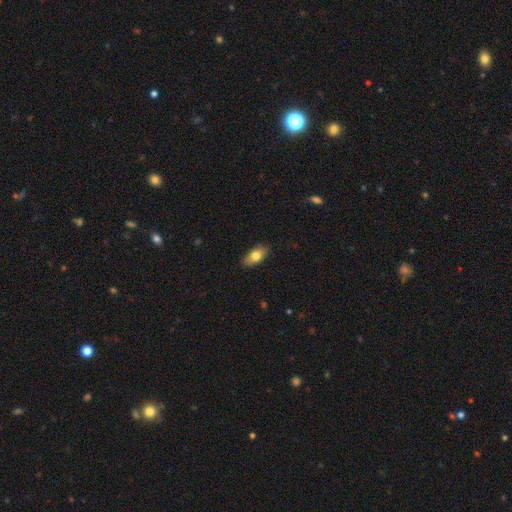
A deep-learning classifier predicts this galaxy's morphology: This is likely a smooth galaxy (77%). How rounded: clearly in between (87%). Merging: clearly none (85%).